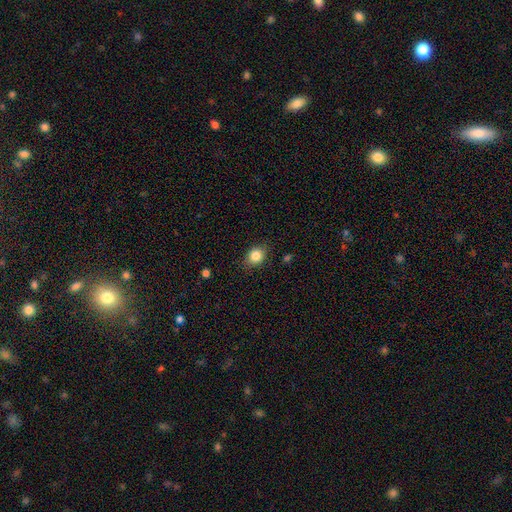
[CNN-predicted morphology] Smooth or featured? smooth (84%)
How rounded? in between (50%)
Merging? none (82%)